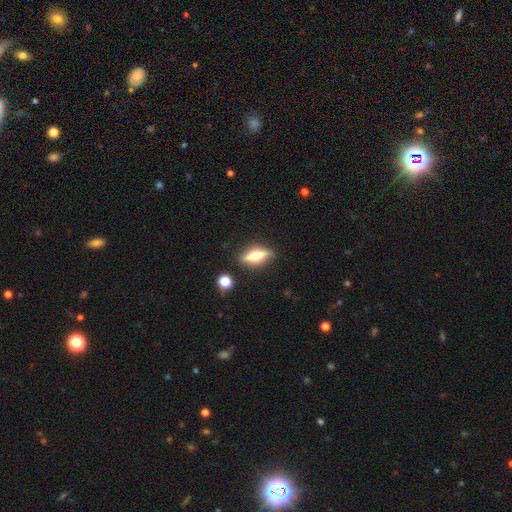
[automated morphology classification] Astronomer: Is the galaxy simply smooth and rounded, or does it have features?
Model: featured or disk — 57% (runner-up: smooth, 36%).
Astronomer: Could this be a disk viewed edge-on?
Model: yes — 90%.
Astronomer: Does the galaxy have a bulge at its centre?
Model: rounded — 94%.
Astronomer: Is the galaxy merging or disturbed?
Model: none — 85%.